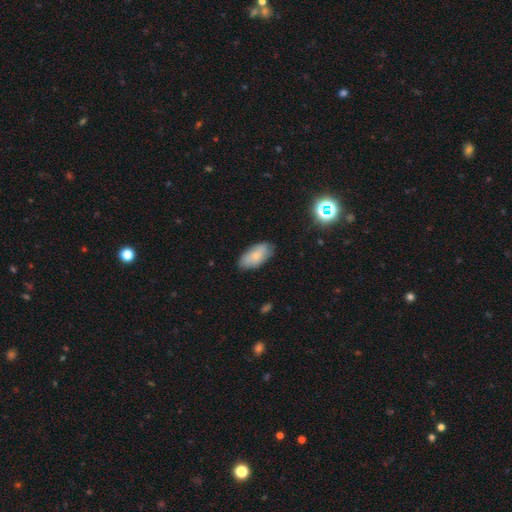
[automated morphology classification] Smooth or featured: smooth — 79% (featured or disk — 14%)
How rounded: in between — 93% (cigar-shaped — 4%)
Merging: none — 79% (minor disturbance — 17%)